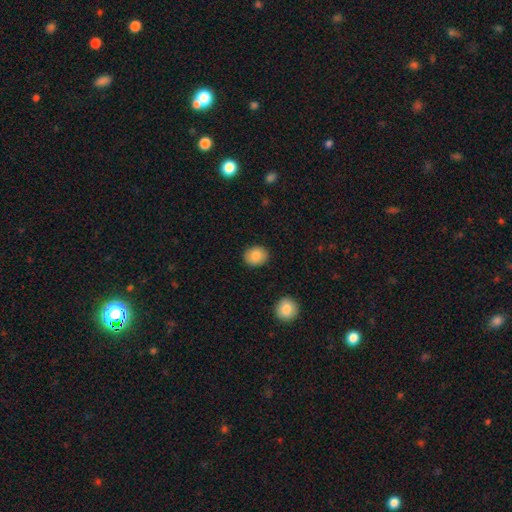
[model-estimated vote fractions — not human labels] A smooth galaxy with no disk features (86%) that is round (54%). Merging: none (89%).